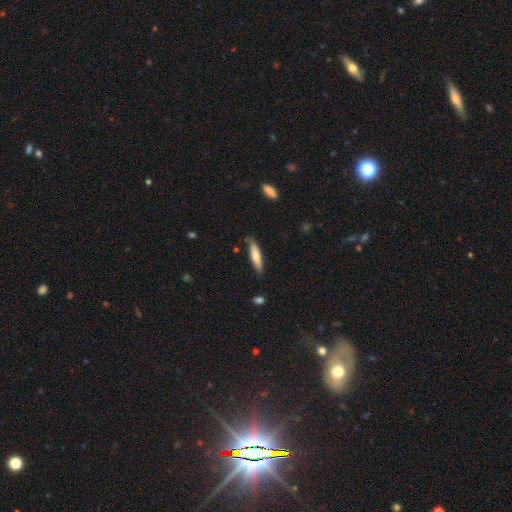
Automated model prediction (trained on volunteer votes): This is likely a smooth galaxy (69%). How rounded: likely cigar-shaped (79%). Merging: likely none (80%).